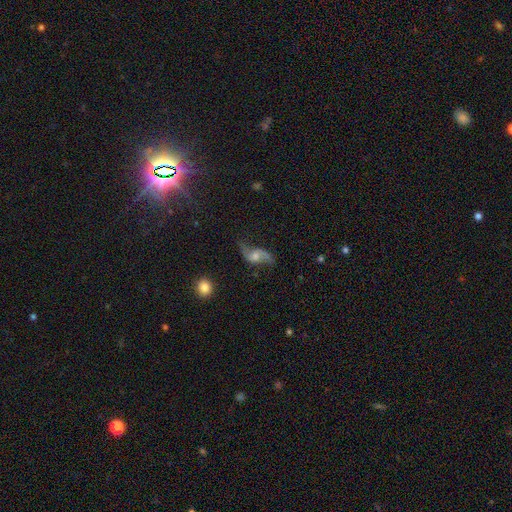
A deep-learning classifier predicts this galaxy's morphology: This is clearly a featured or disk galaxy (82%). It is clearly not viewed edge-on (95%). Bar: possibly no (55%). Spiral arm pattern: clearly yes (94%). Spiral arm count: clearly 2 (93%). Spiral winding: clearly loose (87%). Central bulge: possibly moderate (48%). Merging: likely none (69%).